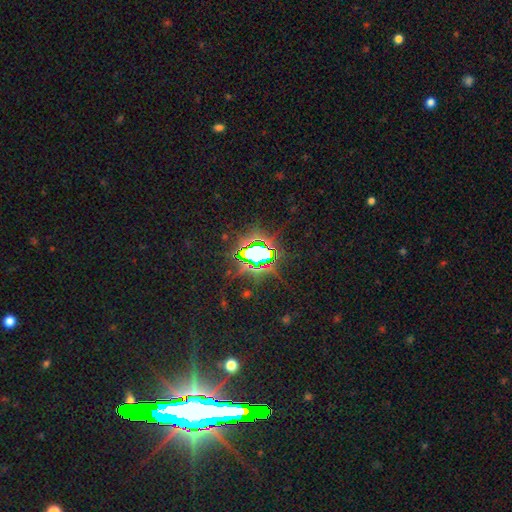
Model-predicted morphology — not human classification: type=star or artifact (79%).